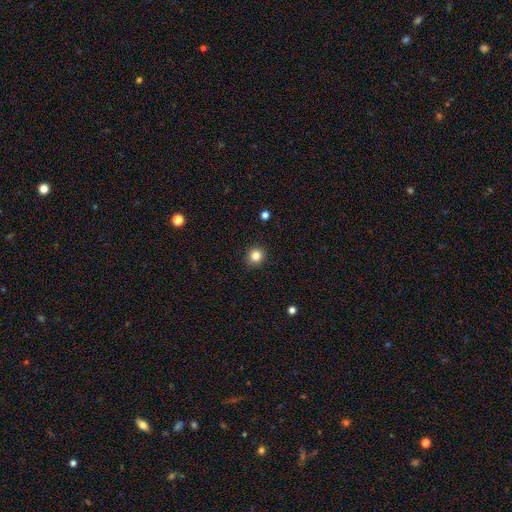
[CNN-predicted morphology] The model was most divided on "smooth or featured": smooth: 83%, star or artifact: 12%, featured or disk: 5%. More confident: merging — none (91%); how rounded — round (90%).